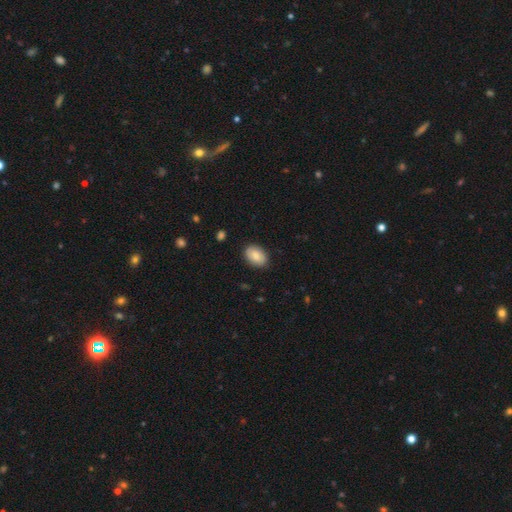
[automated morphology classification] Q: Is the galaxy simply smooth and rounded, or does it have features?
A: smooth — 83%.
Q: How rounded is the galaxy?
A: in between — 85%.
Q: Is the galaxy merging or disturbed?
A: none — 86%.